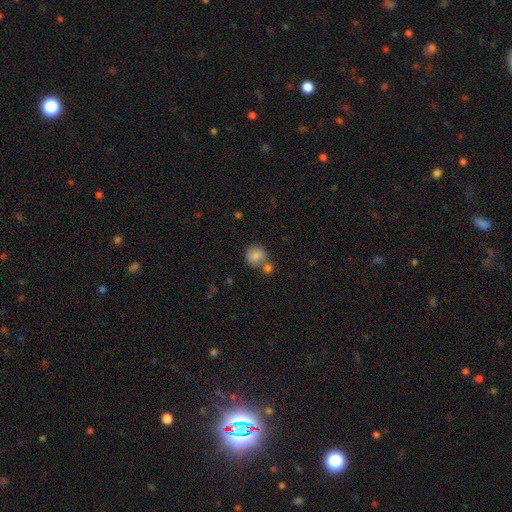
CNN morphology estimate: smooth_or_featured: smooth (p=0.84) [alt: star or artifact p=0.09]
how_rounded: round (p=0.83) [alt: in between p=0.15]
merging: none (p=0.52) [alt: merger p=0.33]